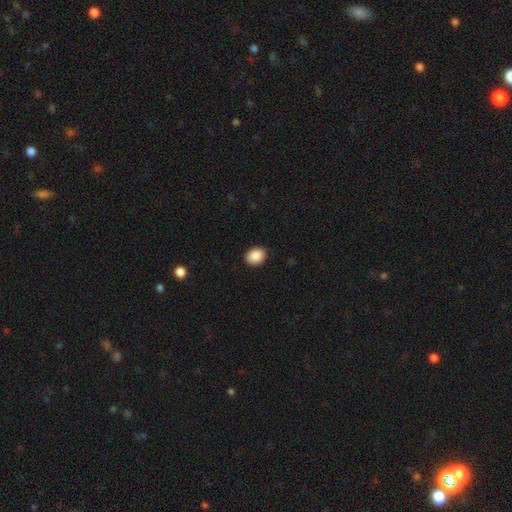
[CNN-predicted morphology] The model was most divided on "how rounded": in between: 60%, round: 39%, cigar-shaped: 1%. More confident: merging — none (90%); smooth or featured — smooth (89%).